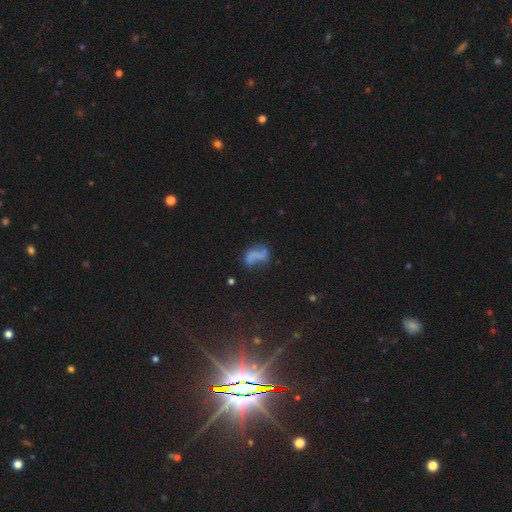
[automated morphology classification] Smooth or featured: smooth — 43% (tied with featured or disk — 43%)
Merging: none — 39% (major disturbance — 25%)